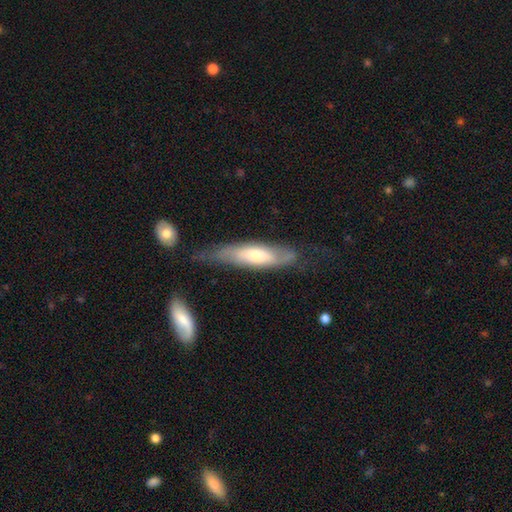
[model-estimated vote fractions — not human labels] This appears to be a smooth galaxy with no disk features (50%). Merging: none (56%).